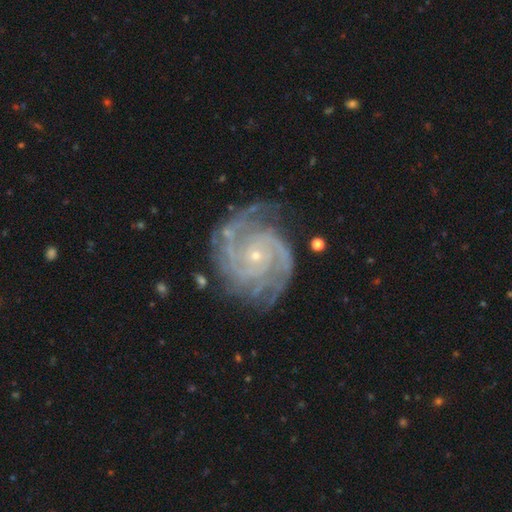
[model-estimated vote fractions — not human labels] Smooth or featured? Predicted: featured or disk (p=0.92). Edge-on disk? Predicted: no (p=0.98). Bar? Predicted: no (p=0.76). Spiral arms? Predicted: yes (p=0.99). Spiral winding? Predicted: tight (p=0.68). Spiral arm count? Predicted: 2 (p=0.35). Bulge size? Predicted: small (p=0.86). Merging? Predicted: none (p=0.74).